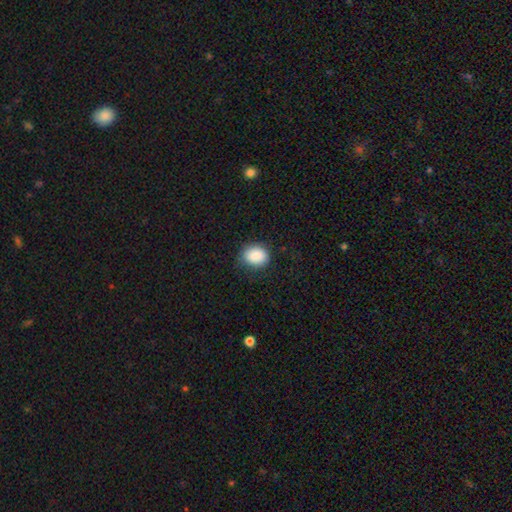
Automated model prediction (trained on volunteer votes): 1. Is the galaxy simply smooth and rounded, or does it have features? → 89% smooth, 8% star or artifact, 4% featured or disk.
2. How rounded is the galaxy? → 51% in between, 48% round, 1% cigar-shaped.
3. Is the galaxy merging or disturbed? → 79% none, 16% minor disturbance, 4% major disturbance, 1% merger.